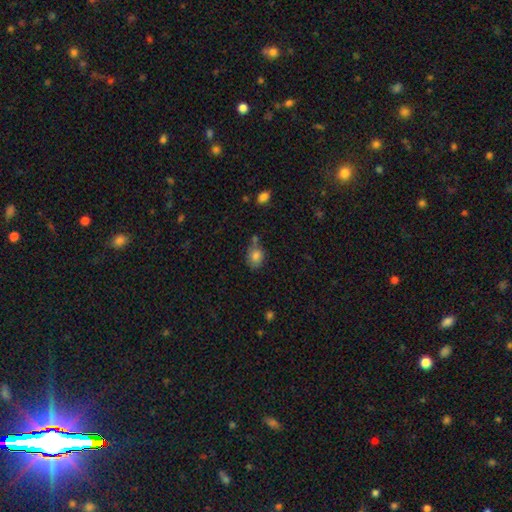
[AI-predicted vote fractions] Overall: smooth (80%). How rounded: in between (58%; round 41%). Merging: none (57%; minor disturbance 23%).